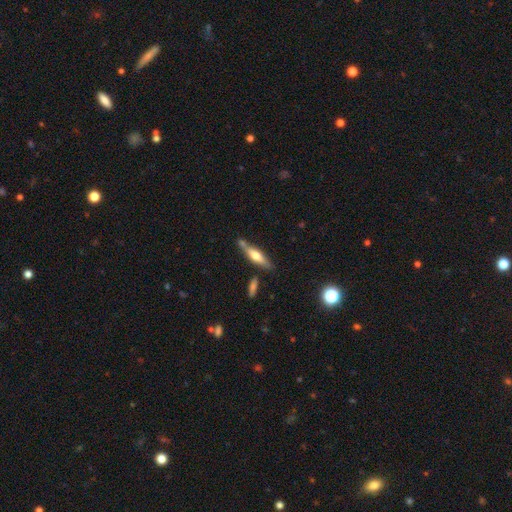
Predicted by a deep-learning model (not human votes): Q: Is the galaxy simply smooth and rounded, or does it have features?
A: featured or disk — 55%.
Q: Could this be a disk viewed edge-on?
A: yes — 92%.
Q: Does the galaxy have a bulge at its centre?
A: rounded — 87%.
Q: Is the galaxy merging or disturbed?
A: none — 70%.